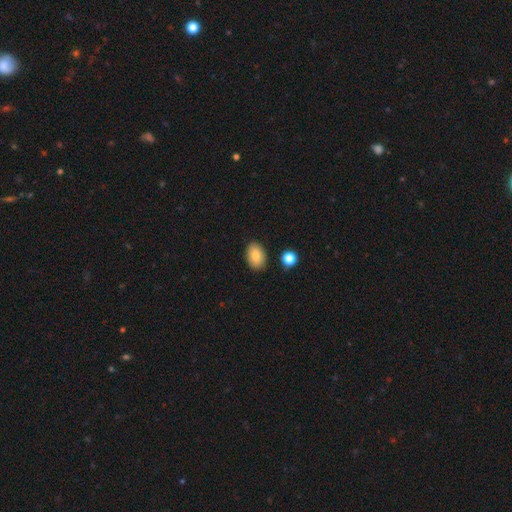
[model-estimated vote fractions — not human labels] This is clearly a smooth galaxy (82%). How rounded: clearly in between (86%). Merging: clearly none (86%).